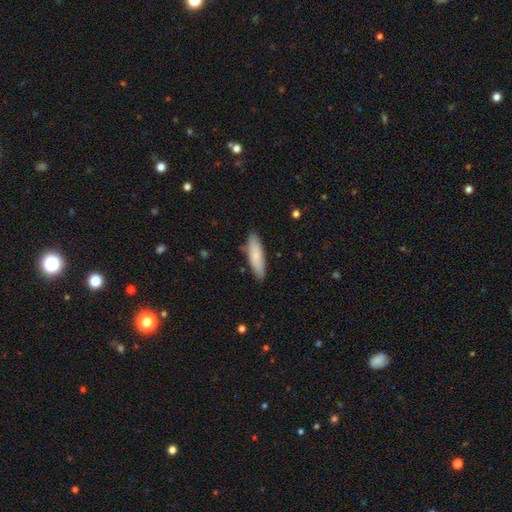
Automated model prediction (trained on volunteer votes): A smooth galaxy with no disk features (80%) that is cigar-shaped (59%). Merging: none (84%).